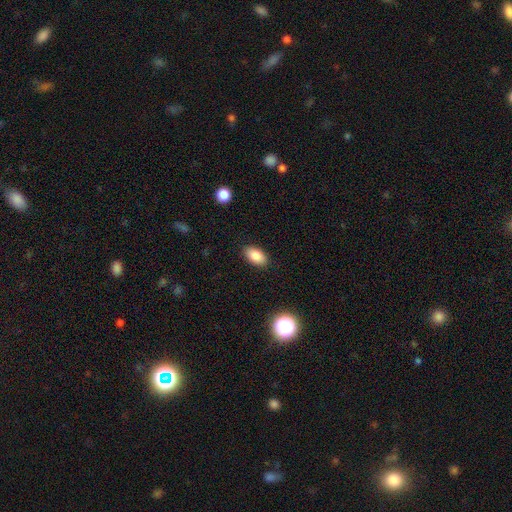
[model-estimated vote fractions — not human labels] Smooth or featured? Predicted: smooth (p=0.86). How rounded? Predicted: in between (p=0.92). Merging? Predicted: none (p=0.88).